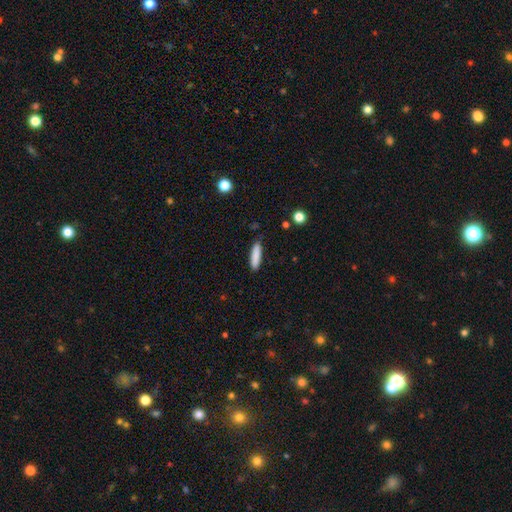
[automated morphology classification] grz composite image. It shows a smooth galaxy with no disk features (86%) that is cigar-shaped (74%). Merging: none (83%).